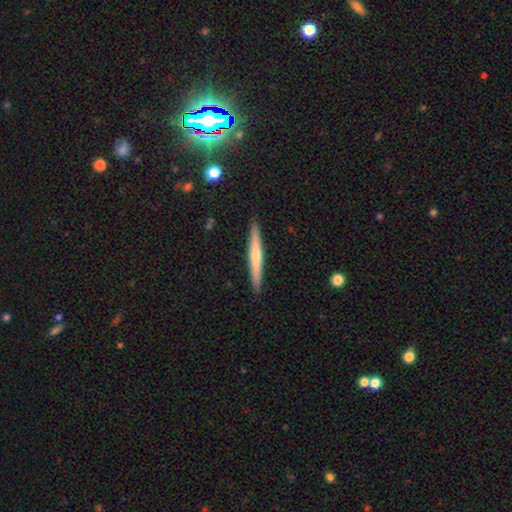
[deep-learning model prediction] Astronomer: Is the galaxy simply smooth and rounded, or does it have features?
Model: featured or disk — 49% (runner-up: smooth, 46%).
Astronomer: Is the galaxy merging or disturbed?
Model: none — 91%.